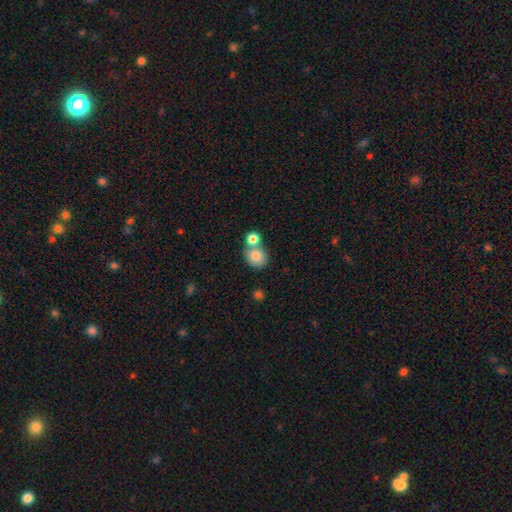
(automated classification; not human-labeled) Smooth or featured: smooth — 79% (featured or disk — 11%)
How rounded: round — 71% (in between — 28%)
Merging: none — 48% (merger — 40%)